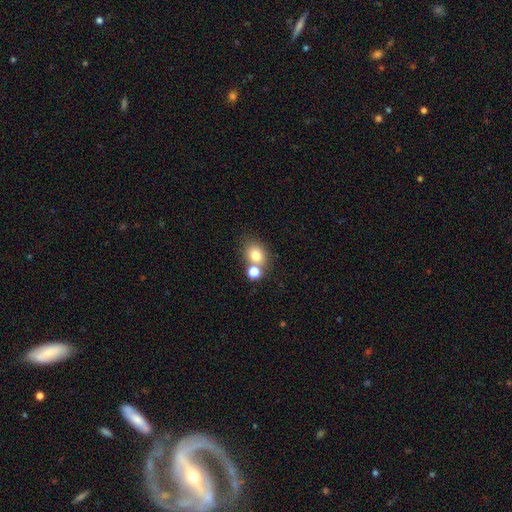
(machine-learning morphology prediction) Smooth or featured?
  - smooth: 78% *
  - star or artifact: 12%
  - featured or disk: 10%
How rounded?
  - round: 58% *
  - in between: 41%
  - cigar-shaped: 1%
Merging?
  - none: 56% *
  - merger: 30%
  - minor disturbance: 10%
  - major disturbance: 4%